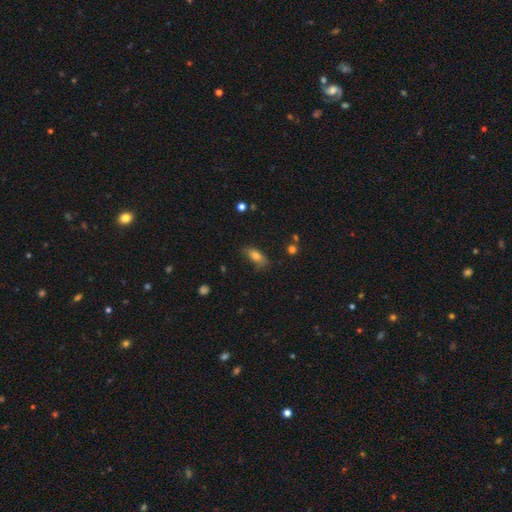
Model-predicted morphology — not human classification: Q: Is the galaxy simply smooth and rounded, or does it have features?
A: smooth — 76%.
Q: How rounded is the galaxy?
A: in between — 78%.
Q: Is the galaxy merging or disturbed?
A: none — 66%.